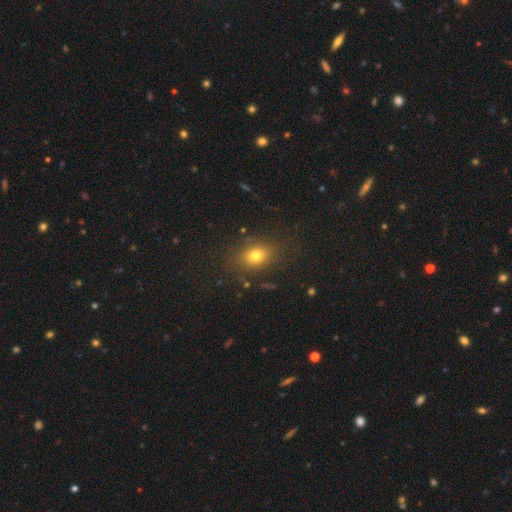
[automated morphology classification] type=smooth (76%); roundness=in between (55%); merging=none (81%).